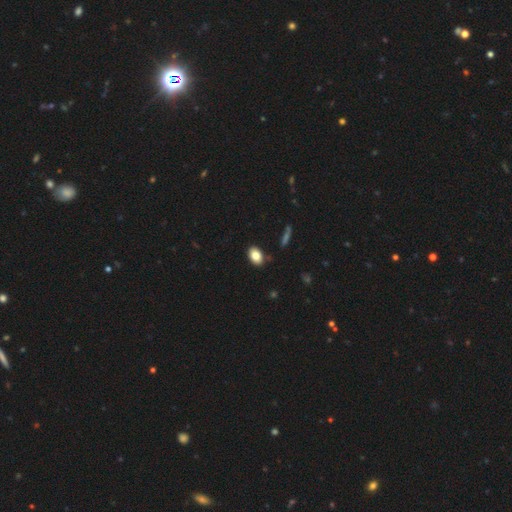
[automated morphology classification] The model was most divided on "how rounded": in between: 85%, round: 13%, cigar-shaped: 2%. More confident: merging — none (86%); smooth or featured — smooth (82%).